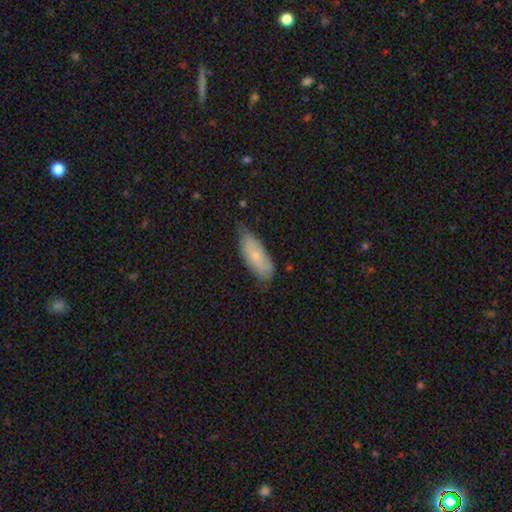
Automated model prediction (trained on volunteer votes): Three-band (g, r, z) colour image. It shows a smooth galaxy with no disk features (71%) that is in between round and cigar-shaped (76%). Merging: none (63%).